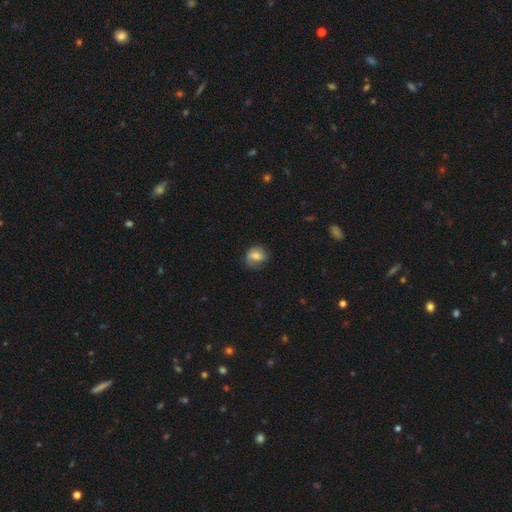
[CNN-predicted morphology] type=smooth (68%); roundness=round (52%); merging=none (61%).